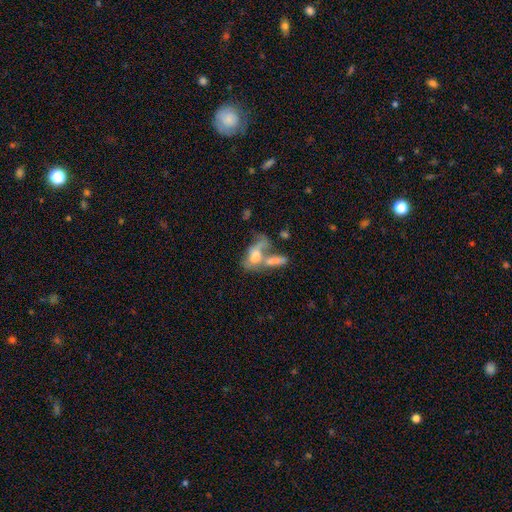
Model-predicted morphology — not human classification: smooth_or_featured: smooth (p=0.47) [alt: featured or disk p=0.41]
merging: merger (p=0.59) [alt: major disturbance p=0.17]